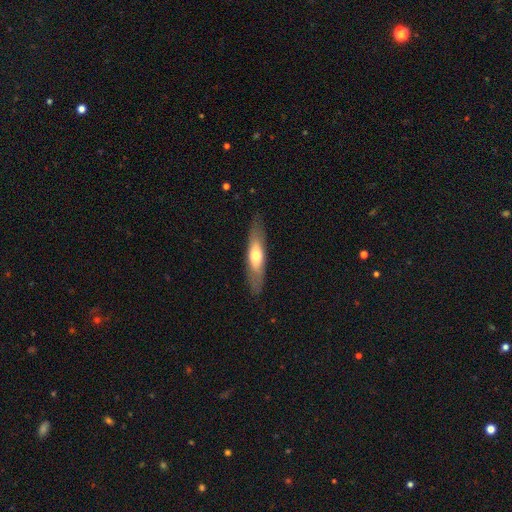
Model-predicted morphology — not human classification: smooth-or-featured: smooth: 56% | featured or disk: 38% | star or artifact: 5%
  how-rounded: cigar-shaped: 69% | in between: 29% | round: 2%
  merging: none: 83% | minor disturbance: 12% | major disturbance: 4% | merger: 1%